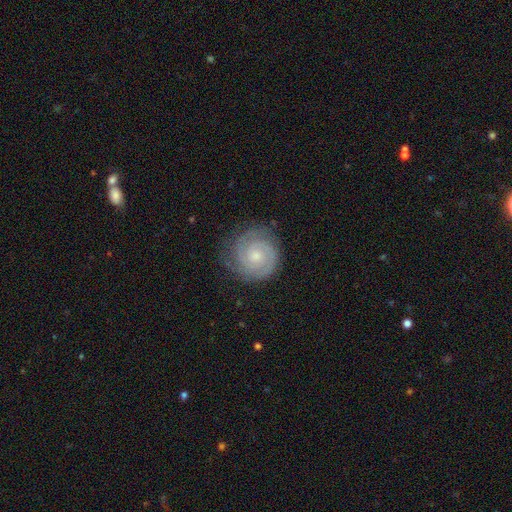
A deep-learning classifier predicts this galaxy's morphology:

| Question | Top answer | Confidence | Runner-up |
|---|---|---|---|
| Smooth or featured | featured or disk | 87% | smooth (8%) |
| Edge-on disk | no | 98% | yes (2%) |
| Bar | no | 71% | weak (24%) |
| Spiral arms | yes | 98% | no (2%) |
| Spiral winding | tight | 80% | medium (18%) |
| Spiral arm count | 2 | 68% | 3 (14%) |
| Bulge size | small | 52% | moderate (42%) |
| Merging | none | 83% | minor disturbance (12%) |